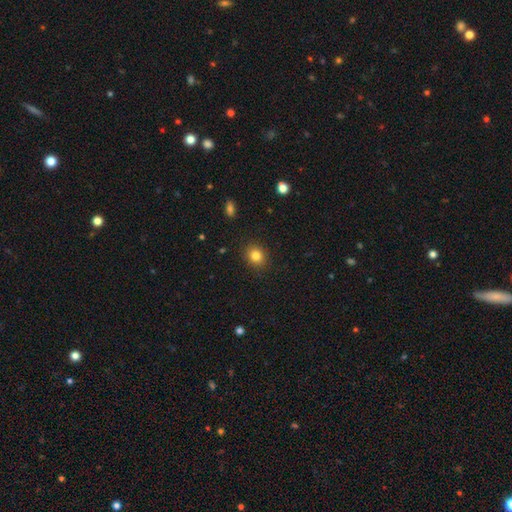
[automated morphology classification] type=smooth (83%); roundness=round (71%); merging=none (89%).